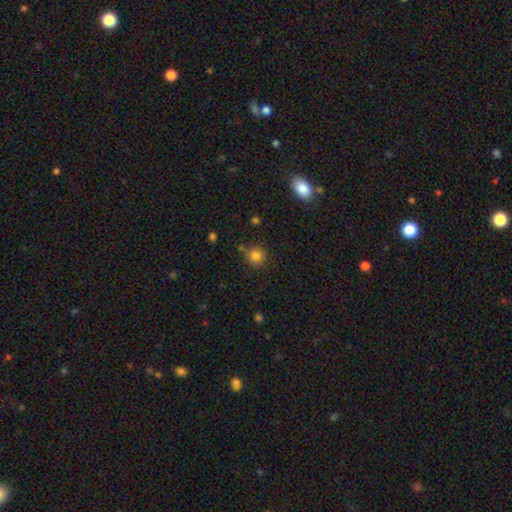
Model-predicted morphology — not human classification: smooth_or_featured: smooth (p=0.83) [alt: star or artifact p=0.12]
how_rounded: round (p=0.91) [alt: in between p=0.08]
merging: none (p=0.79) [alt: minor disturbance p=0.11]